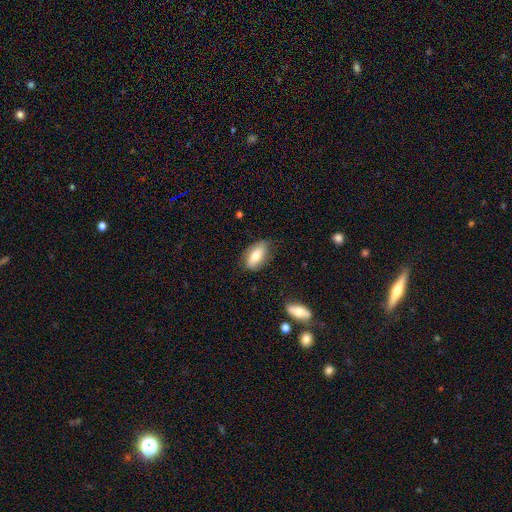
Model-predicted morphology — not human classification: Smooth or featured: smooth — 75% (featured or disk — 19%)
How rounded: in between — 88% (cigar-shaped — 8%)
Merging: none — 72% (minor disturbance — 21%)